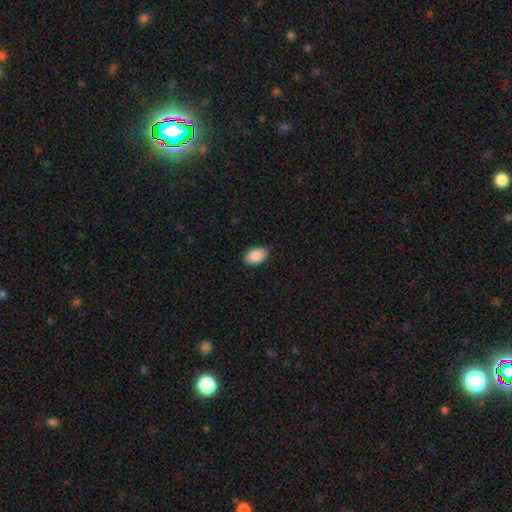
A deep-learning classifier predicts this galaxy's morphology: smooth-or-featured: smooth: 90% | star or artifact: 7% | featured or disk: 3%
  how-rounded: in between: 92% | round: 7% | cigar-shaped: 1%
  merging: none: 87% | minor disturbance: 10% | major disturbance: 2% | merger: 1%